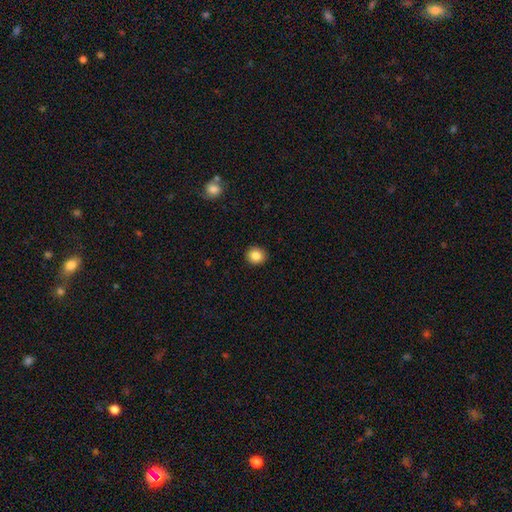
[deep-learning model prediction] Smooth or featured: smooth — 85% (star or artifact — 10%)
How rounded: round — 88% (in between — 11%)
Merging: none — 92% (minor disturbance — 6%)